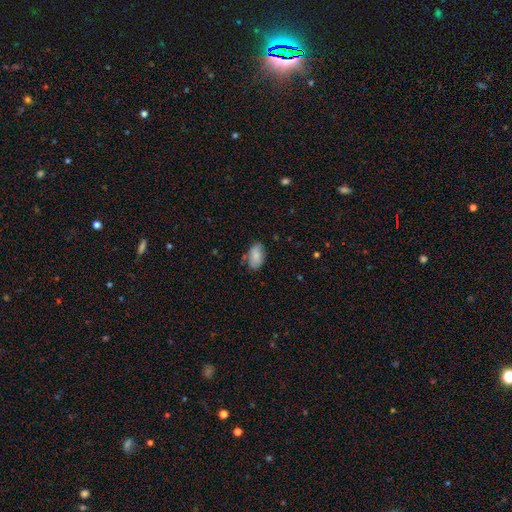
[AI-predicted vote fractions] Smooth or featured? smooth (83%)
How rounded? in between (93%)
Merging? none (71%)